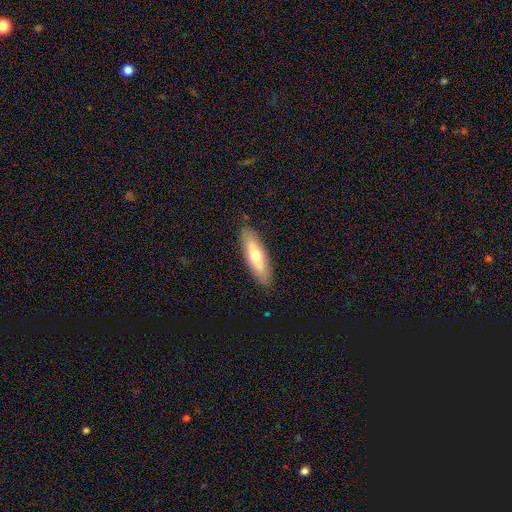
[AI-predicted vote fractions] This appears to be a smooth galaxy with no disk features (59%) that is cigar-shaped (53%). Merging: none (87%).